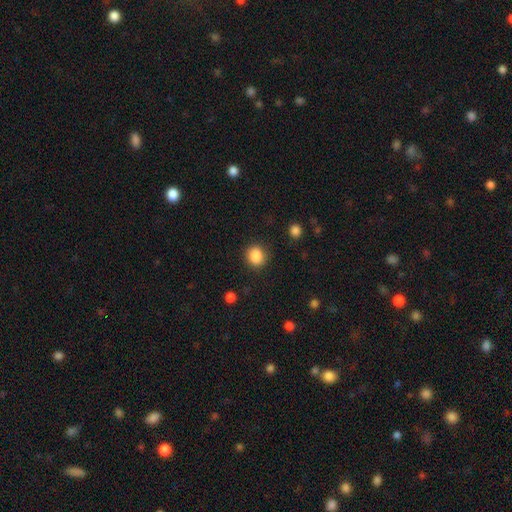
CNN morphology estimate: This is clearly a smooth galaxy (87%). How rounded: clearly round (83%). Merging: clearly none (87%).